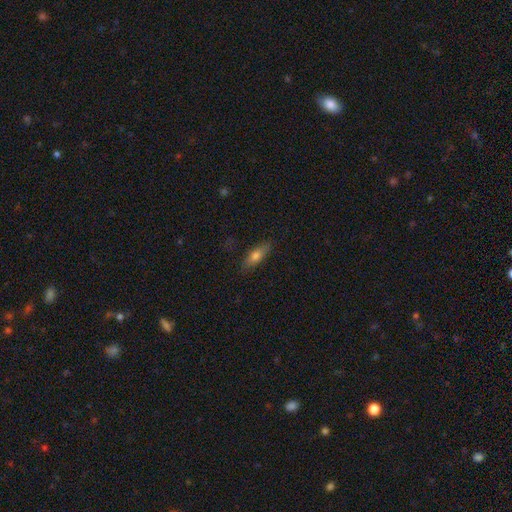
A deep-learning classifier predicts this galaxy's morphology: Smooth or featured? Predicted: smooth (p=0.67). How rounded? Predicted: in between (p=0.54). Merging? Predicted: none (p=0.84).